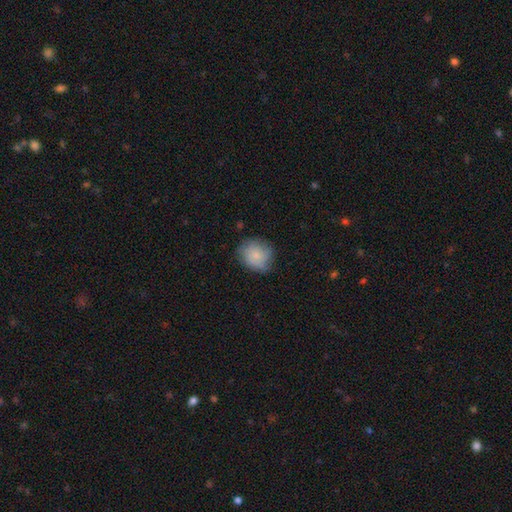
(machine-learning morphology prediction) Smooth or featured? Predicted: smooth (p=0.74). How rounded? Predicted: round (p=0.75). Merging? Predicted: none (p=0.70).